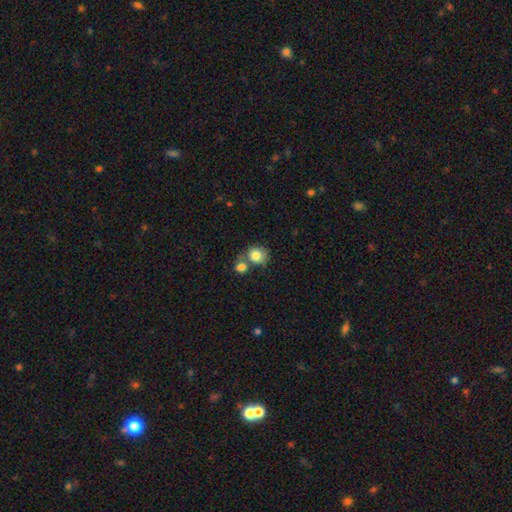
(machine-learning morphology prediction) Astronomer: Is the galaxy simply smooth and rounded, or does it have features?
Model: smooth — 82%.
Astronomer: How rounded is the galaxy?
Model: round — 78%.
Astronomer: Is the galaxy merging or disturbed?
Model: none — 43% (runner-up: merger, 42%).